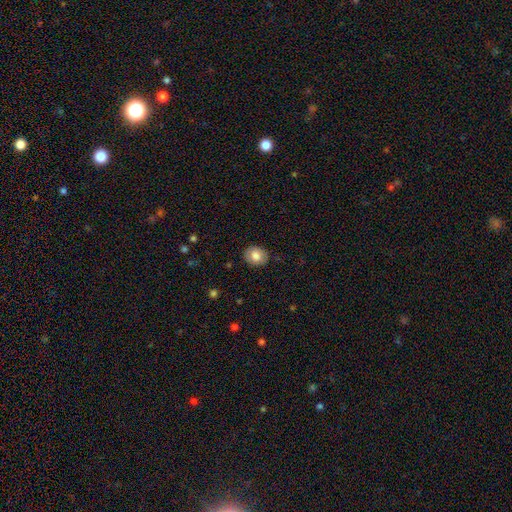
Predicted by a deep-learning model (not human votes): A smooth galaxy with no disk features (81%) that is round (56%). Merging: none (85%).